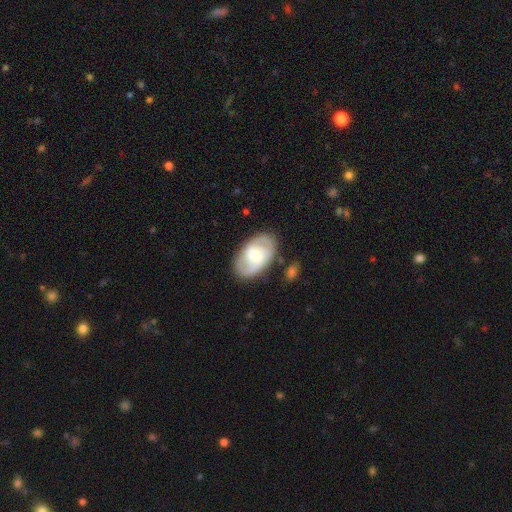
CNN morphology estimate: Q: Smooth or featured?
A: featured or disk (71%); runner-up: smooth (24%)
Q: Edge-on disk?
A: no (96%); runner-up: yes (4%)
Q: Bar?
A: weak (49%); runner-up: no (36%)
Q: Spiral arms?
A: yes (86%); runner-up: no (14%)
Q: Spiral winding?
A: medium (46%); runner-up: tight (37%)
Q: Spiral arm count?
A: 2 (76%); runner-up: can't tell (14%)
Q: Bulge size?
A: moderate (52%); runner-up: small (39%)
Q: Merging?
A: none (79%); runner-up: minor disturbance (14%)